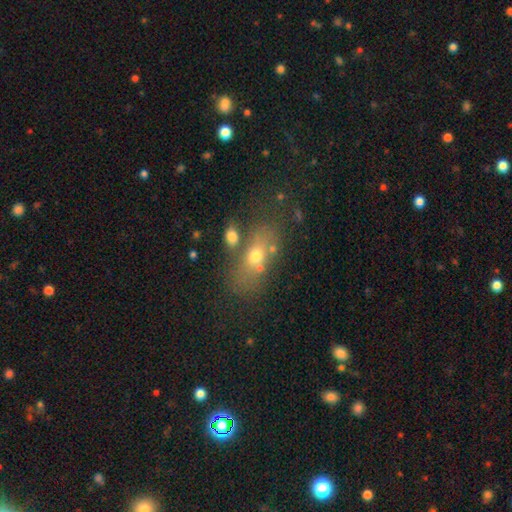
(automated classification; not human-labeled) A smooth galaxy with no disk features (57%) that is in between round and cigar-shaped (72%). Merging: none (50%).